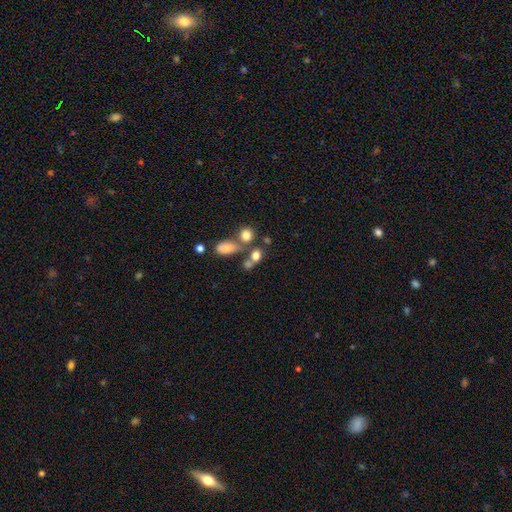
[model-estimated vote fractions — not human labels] Smooth or featured? Predicted: smooth (p=0.74). How rounded? Predicted: in between (p=0.49). Merging? Predicted: none (p=0.45).